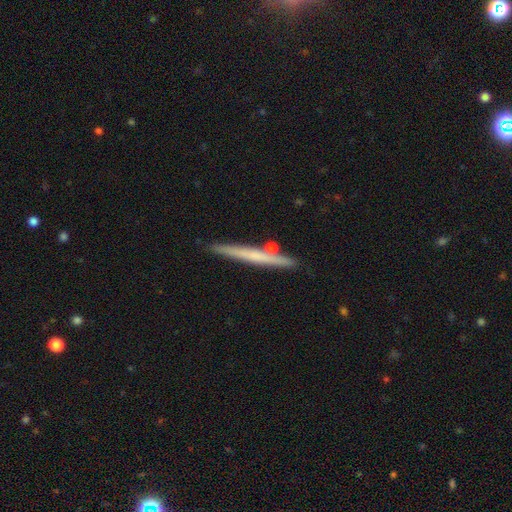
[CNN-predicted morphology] The model was most divided on "smooth or featured": featured or disk: 49%, smooth: 45%, star or artifact: 6%. More confident: merging — none (83%).